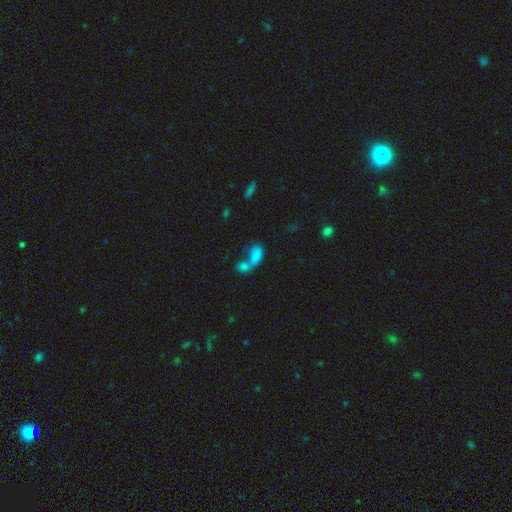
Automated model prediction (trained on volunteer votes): smooth_or_featured: smooth (p=0.76) [alt: featured or disk p=0.13]
how_rounded: in between (p=0.87) [alt: round p=0.10]
merging: merger (p=0.69) [alt: none p=0.16]